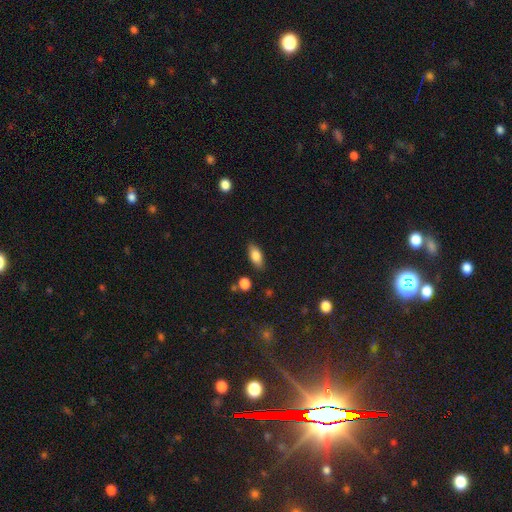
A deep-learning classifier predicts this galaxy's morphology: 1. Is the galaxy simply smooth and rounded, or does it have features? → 82% smooth, 11% featured or disk, 8% star or artifact.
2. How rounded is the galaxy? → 86% in between, 10% cigar-shaped, 4% round.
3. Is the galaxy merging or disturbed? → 85% none, 11% minor disturbance, 2% major disturbance, 2% merger.